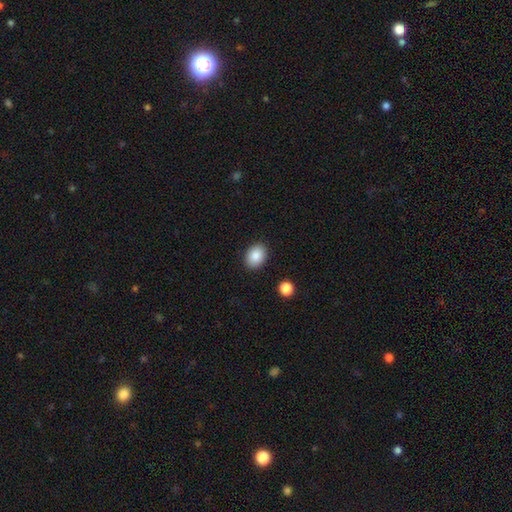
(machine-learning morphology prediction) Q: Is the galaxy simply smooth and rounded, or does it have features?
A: smooth — 88%.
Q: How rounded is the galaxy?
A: in between — 73%.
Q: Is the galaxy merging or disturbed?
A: none — 89%.